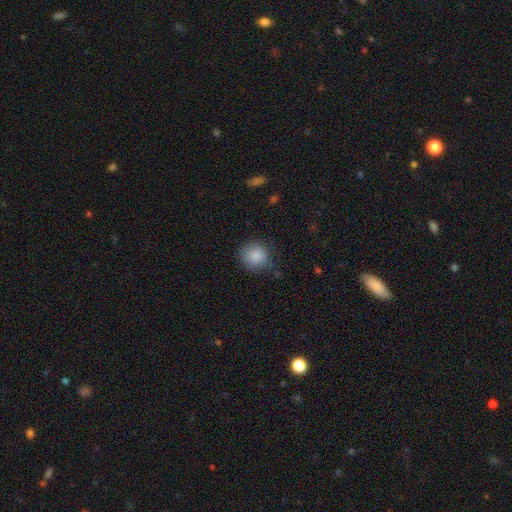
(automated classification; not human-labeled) Q: Smooth or featured?
A: smooth (87%); runner-up: star or artifact (8%)
Q: How rounded?
A: round (87%); runner-up: in between (12%)
Q: Merging?
A: none (76%); runner-up: minor disturbance (18%)